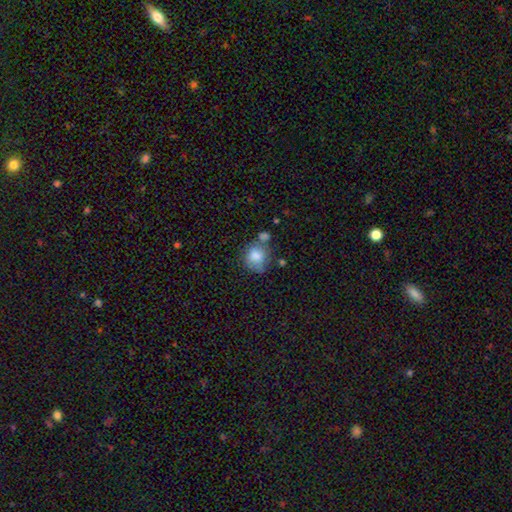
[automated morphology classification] smooth_or_featured: smooth (p=0.78) [alt: featured or disk p=0.13]
how_rounded: round (p=0.70) [alt: in between p=0.29]
merging: none (p=0.45) [alt: minor disturbance p=0.23]